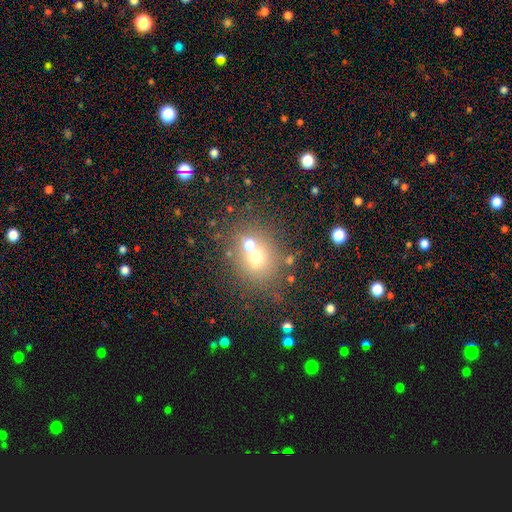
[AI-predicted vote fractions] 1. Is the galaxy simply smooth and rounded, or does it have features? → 59% smooth, 21% featured or disk, 20% star or artifact.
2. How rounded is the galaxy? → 74% round, 25% in between, 1% cigar-shaped.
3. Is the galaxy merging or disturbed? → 49% none, 38% merger, 9% minor disturbance, 4% major disturbance.